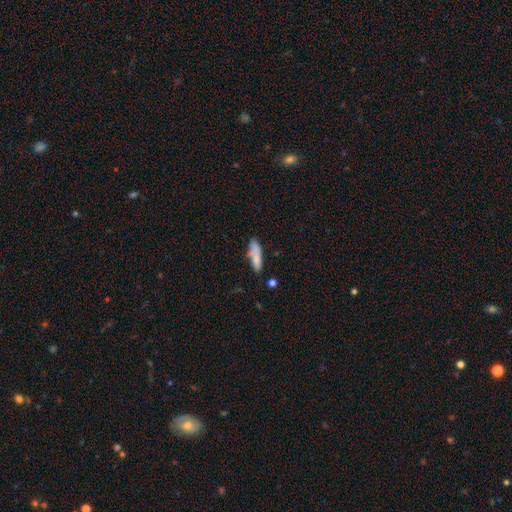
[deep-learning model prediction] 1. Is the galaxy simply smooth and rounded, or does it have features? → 77% smooth, 16% featured or disk, 7% star or artifact.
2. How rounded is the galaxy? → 57% cigar-shaped, 40% in between, 2% round.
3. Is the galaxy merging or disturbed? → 55% none, 24% minor disturbance, 13% merger, 8% major disturbance.